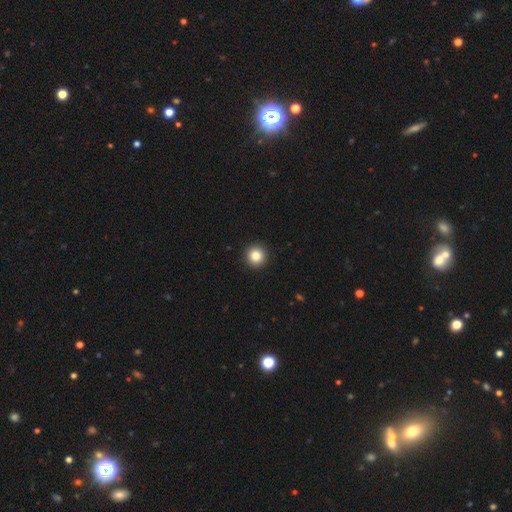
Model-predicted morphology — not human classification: Smooth or featured? Predicted: smooth (p=0.85). How rounded? Predicted: round (p=0.95). Merging? Predicted: none (p=0.94).